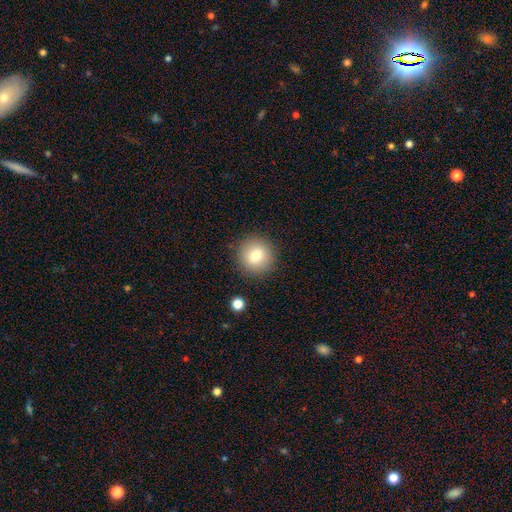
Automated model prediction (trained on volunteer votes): Overall: smooth (78%). How rounded: round (94%). Merging: none (89%).